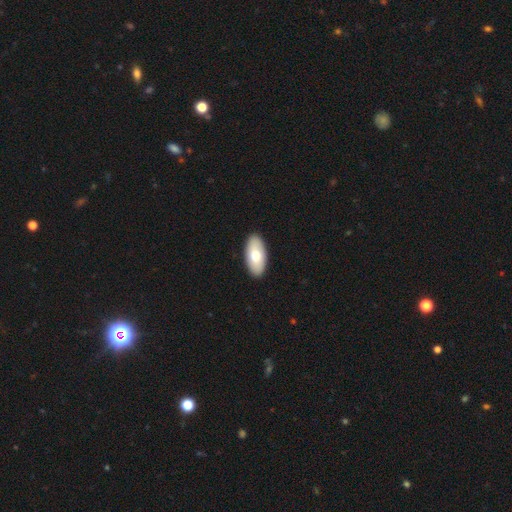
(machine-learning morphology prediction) Smooth or featured?
  - smooth: 75% *
  - featured or disk: 20%
  - star or artifact: 5%
How rounded?
  - in between: 93% *
  - cigar-shaped: 4%
  - round: 2%
Merging?
  - none: 91% *
  - minor disturbance: 6%
  - major disturbance: 1%
  - merger: 1%